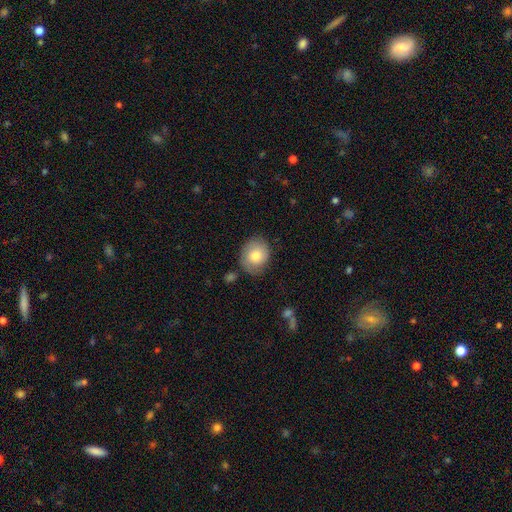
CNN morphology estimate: A smooth galaxy with no disk features (75%) that is round (68%).

Vote fractions:
- Smooth or featured? smooth: 75% / featured or disk: 17% / star or artifact: 8%
- How rounded? round: 68% / in between: 32% / cigar-shaped: 1%
- Merging? none: 72% / minor disturbance: 20% / major disturbance: 5% / merger: 3%